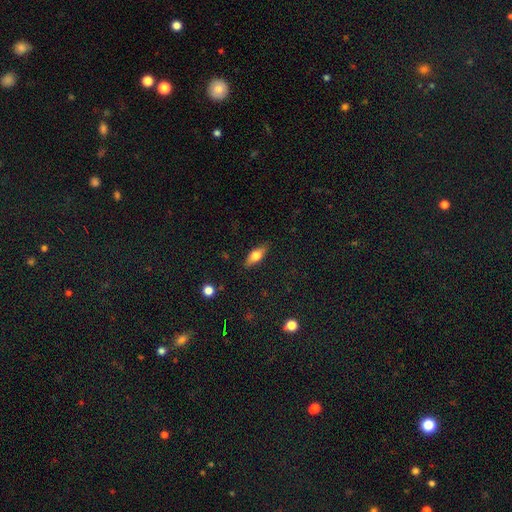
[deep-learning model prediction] smooth-or-featured: smooth: 61% | featured or disk: 32% | star or artifact: 7%
  how-rounded: in between: 69% | cigar-shaped: 27% | round: 4%
  merging: none: 86% | minor disturbance: 11% | major disturbance: 2% | merger: 1%